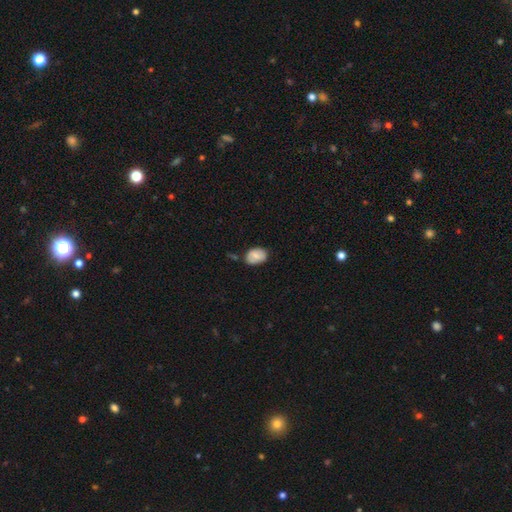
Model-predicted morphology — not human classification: smooth_or_featured: smooth (p=0.75) [alt: featured or disk p=0.18]
how_rounded: in between (p=0.83) [alt: round p=0.15]
merging: none (p=0.68) [alt: minor disturbance p=0.24]